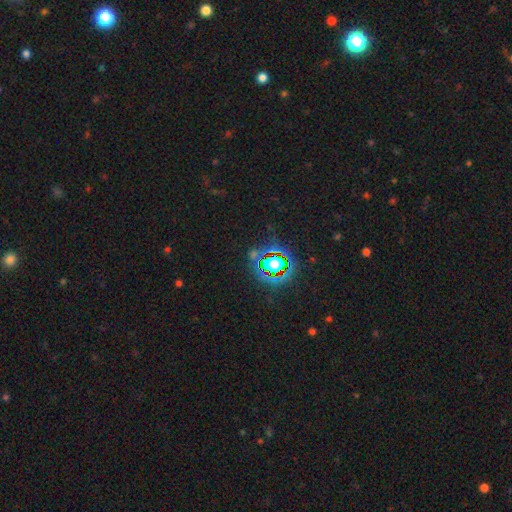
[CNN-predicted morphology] Smooth or featured?
  - star or artifact: 77% *
  - smooth: 14%
  - featured or disk: 8%